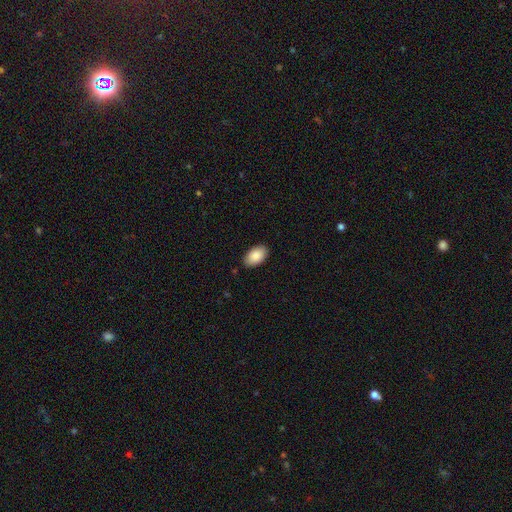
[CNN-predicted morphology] This appears to be a smooth galaxy with no disk features (88%) that is in between round and cigar-shaped (95%). Merging: none (87%).